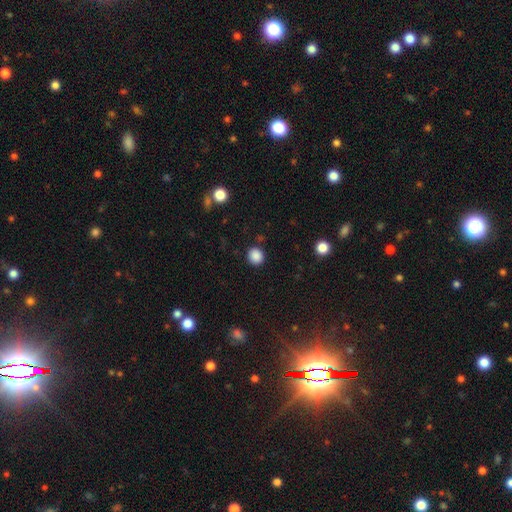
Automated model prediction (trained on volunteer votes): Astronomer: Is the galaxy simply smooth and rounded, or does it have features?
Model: smooth — 87%.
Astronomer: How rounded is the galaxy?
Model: round — 87%.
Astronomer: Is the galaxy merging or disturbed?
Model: none — 89%.